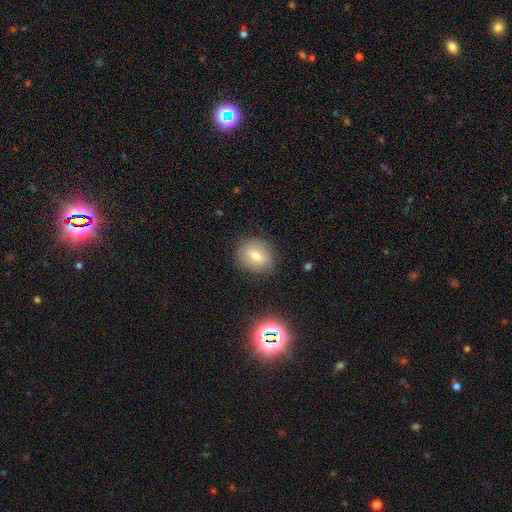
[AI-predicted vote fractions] This appears to be a smooth galaxy with no disk features (69%) that is round (69%). Merging: none (83%).